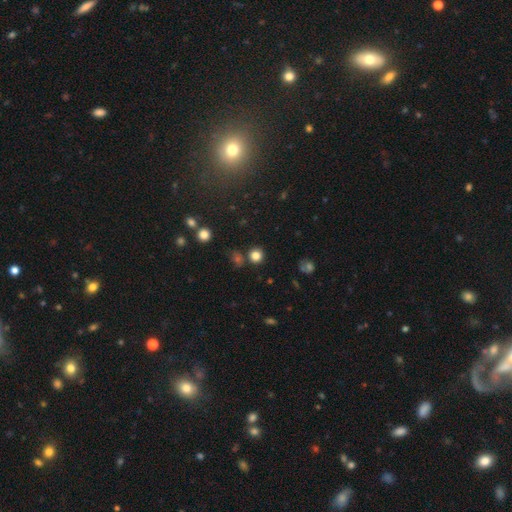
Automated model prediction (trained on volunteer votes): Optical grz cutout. It shows a smooth galaxy with no disk features (80%) that is round (91%). Merging: none (82%).